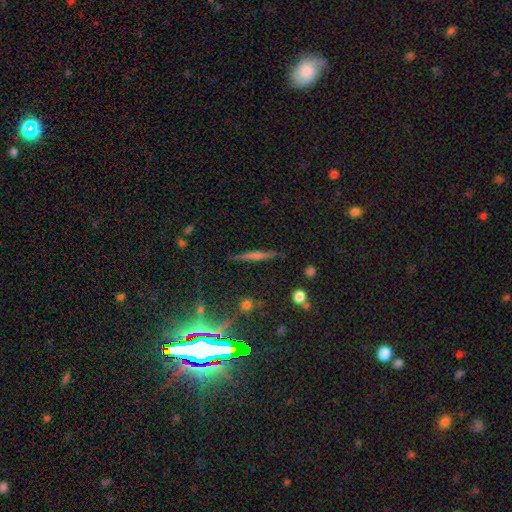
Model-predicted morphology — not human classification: This is possibly a featured or disk galaxy (51%). It is clearly viewed edge-on (95%). Merging: clearly none (87%).